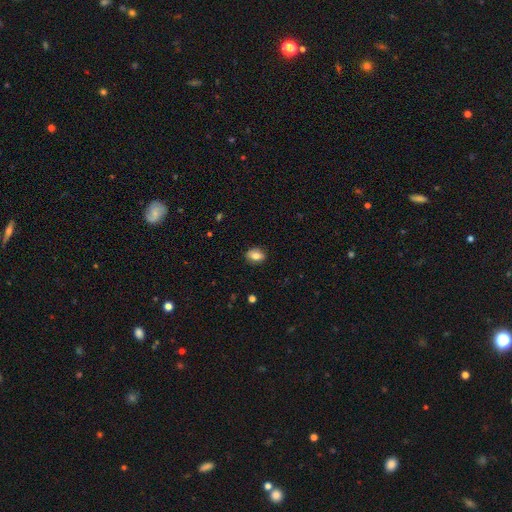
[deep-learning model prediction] Smooth or featured? Predicted: smooth (p=0.78). How rounded? Predicted: in between (p=0.73). Merging? Predicted: none (p=0.87).